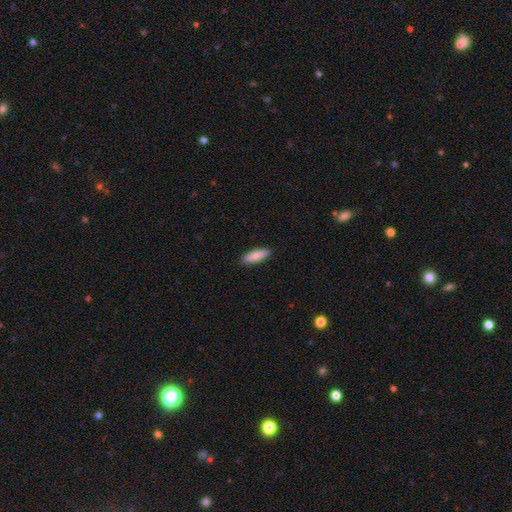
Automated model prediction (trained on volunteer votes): Smooth or featured? Predicted: smooth (p=0.86). How rounded? Predicted: in between (p=0.55). Merging? Predicted: none (p=0.89).